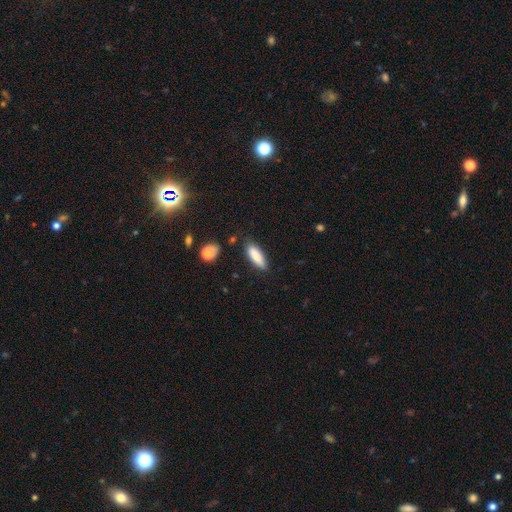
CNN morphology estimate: smooth_or_featured: smooth (p=0.85) [alt: featured or disk p=0.08]
how_rounded: in between (p=0.54) [alt: cigar-shaped p=0.44]
merging: none (p=0.75) [alt: minor disturbance p=0.18]